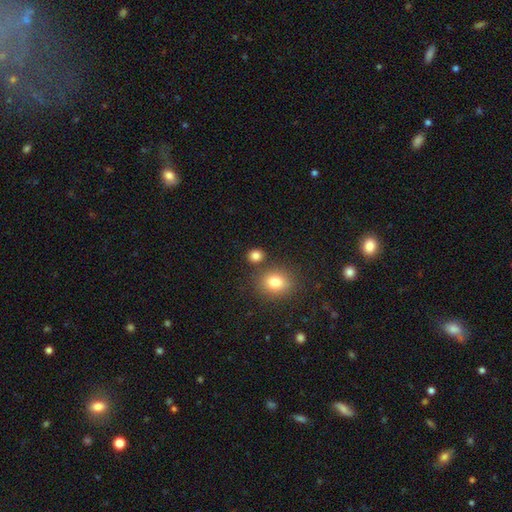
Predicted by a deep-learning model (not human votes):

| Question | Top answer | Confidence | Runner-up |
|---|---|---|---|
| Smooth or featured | smooth | 83% | star or artifact (12%) |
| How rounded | round | 71% | in between (27%) |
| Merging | none | 77% | merger (11%) |